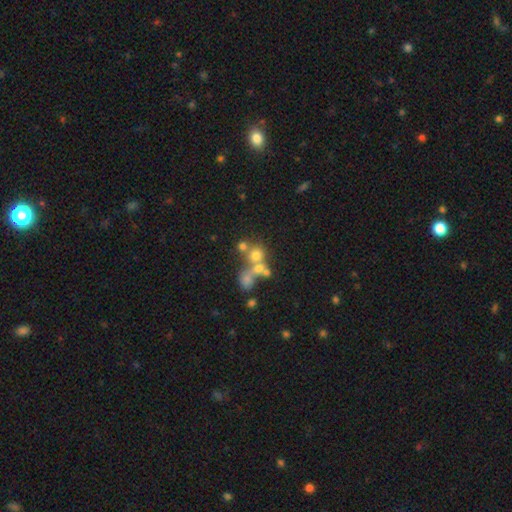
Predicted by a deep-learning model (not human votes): Smooth or featured: smooth — 59% (featured or disk — 23%)
How rounded: round — 79% (in between — 19%)
Merging: merger — 47% (none — 38%)